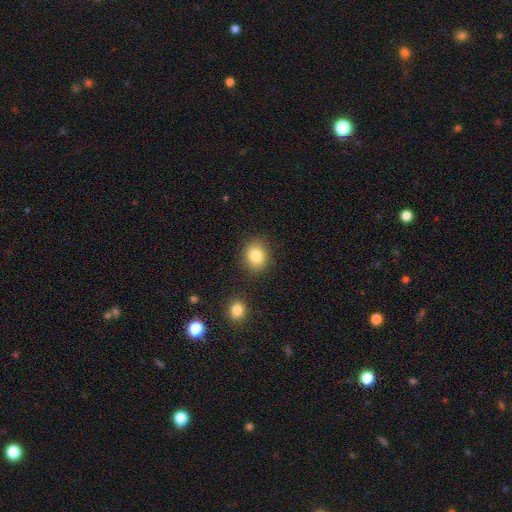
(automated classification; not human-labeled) Smooth or featured? smooth (83%)
How rounded? round (64%)
Merging? none (83%)